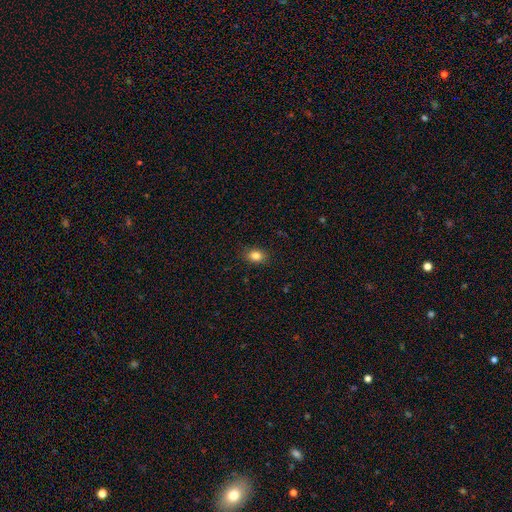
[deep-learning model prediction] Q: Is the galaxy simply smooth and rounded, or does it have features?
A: smooth — 84%.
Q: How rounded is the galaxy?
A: in between — 68%.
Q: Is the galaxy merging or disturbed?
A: none — 88%.